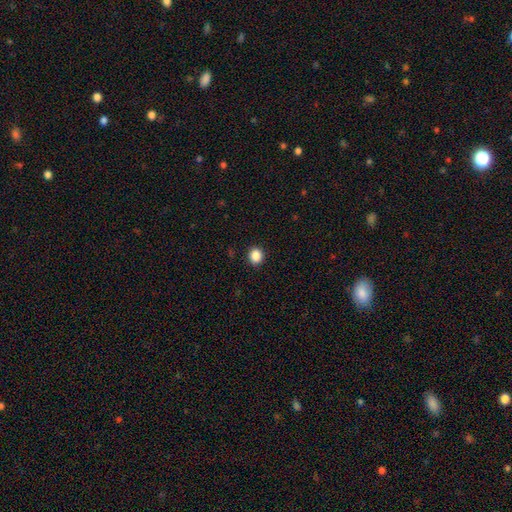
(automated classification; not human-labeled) smooth_or_featured: smooth (p=0.87) [alt: star or artifact p=0.10]
how_rounded: round (p=0.74) [alt: in between p=0.25]
merging: none (p=0.91) [alt: minor disturbance p=0.06]